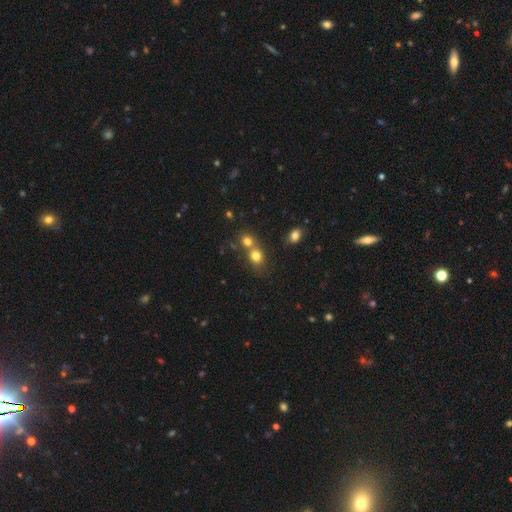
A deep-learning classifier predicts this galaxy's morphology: smooth 76%, star or artifact 14%, featured or disk 10%. Down the decision tree: how rounded — round (66%); merging — merger (48%).